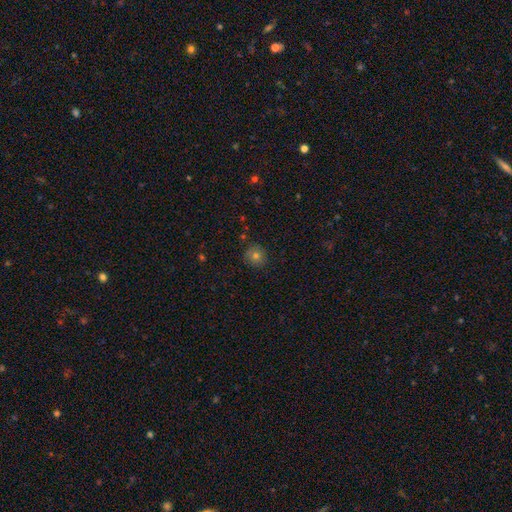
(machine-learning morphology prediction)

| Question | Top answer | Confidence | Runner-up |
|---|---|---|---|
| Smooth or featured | smooth | 72% | star or artifact (16%) |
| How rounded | round | 91% | in between (8%) |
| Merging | none | 86% | minor disturbance (10%) |